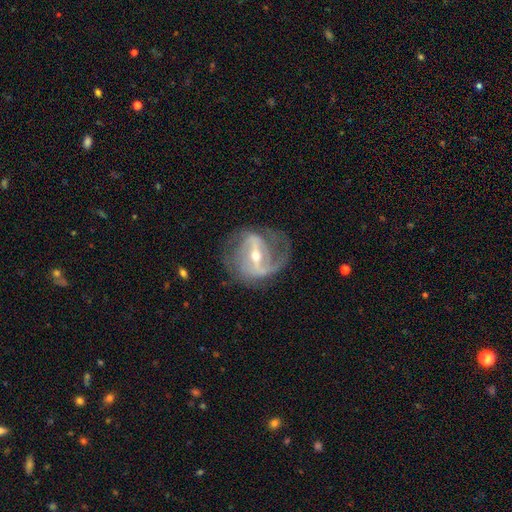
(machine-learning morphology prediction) Smooth or featured: featured or disk — 88% (smooth — 7%)
Edge-on disk: no — 95% (yes — 5%)
Bar: strong — 63% (weak — 28%)
Spiral arms: yes — 92% (no — 8%)
Spiral winding: medium — 45% (loose — 29%)
Spiral arm count: 2 — 62% (1 — 13%)
Bulge size: moderate — 51% (small — 46%)
Merging: none — 60% (minor disturbance — 20%)